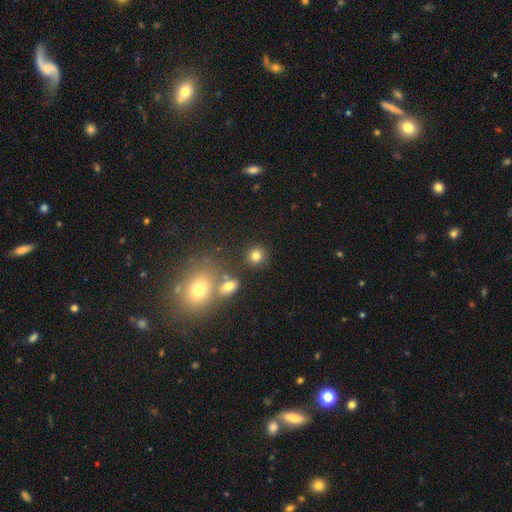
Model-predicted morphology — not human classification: This is likely a smooth galaxy (80%). How rounded: clearly round (83%). Merging: clearly none (82%).